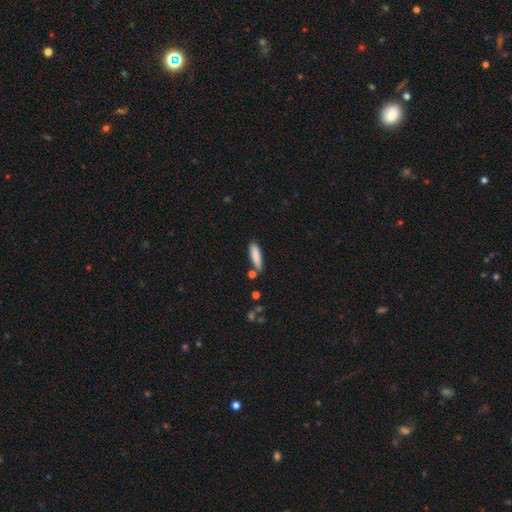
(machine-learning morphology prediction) smooth 85%, featured or disk 9%, star or artifact 6%. Down the decision tree: how rounded — cigar-shaped (71%); merging — none (76%).